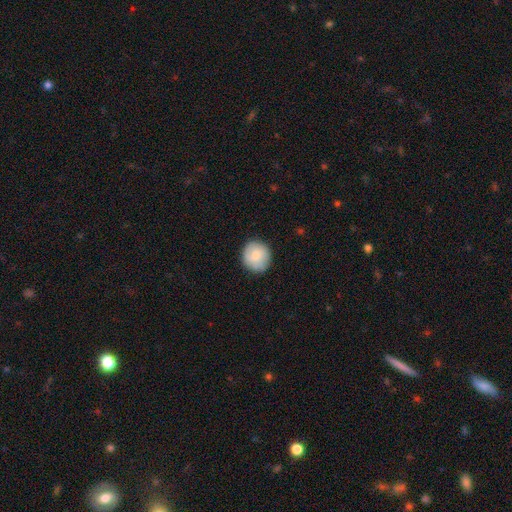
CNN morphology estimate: This appears to be a smooth galaxy with no disk features (81%) that is round (89%). Merging: none (87%).